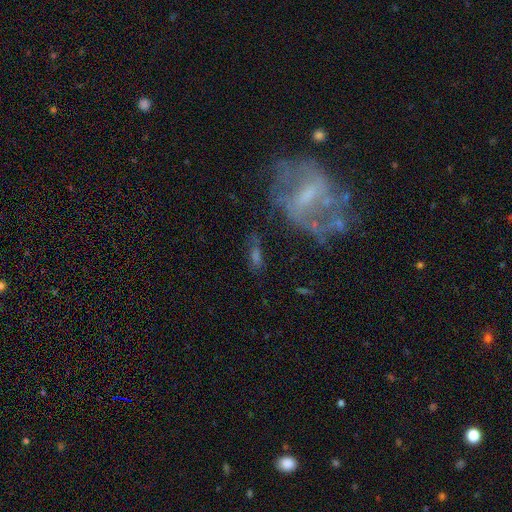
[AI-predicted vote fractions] The model was most divided on "smooth or featured": featured or disk: 55%, smooth: 28%, star or artifact: 16%. More confident: edge-on disk — no (89%); merging — none (53%).